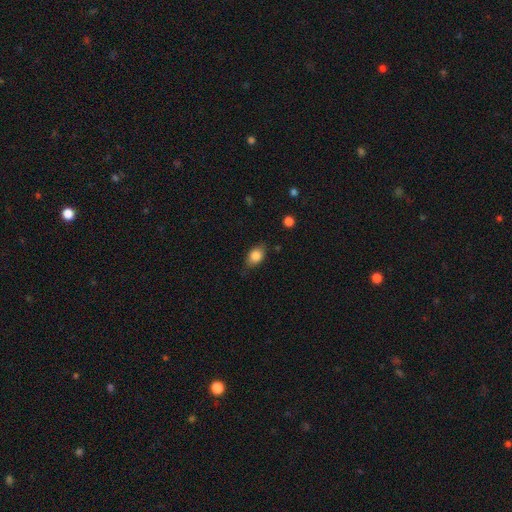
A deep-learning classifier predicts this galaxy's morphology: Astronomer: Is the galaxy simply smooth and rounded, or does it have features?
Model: smooth — 82%.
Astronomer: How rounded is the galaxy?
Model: in between — 78%.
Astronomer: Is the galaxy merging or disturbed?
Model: none — 75%.